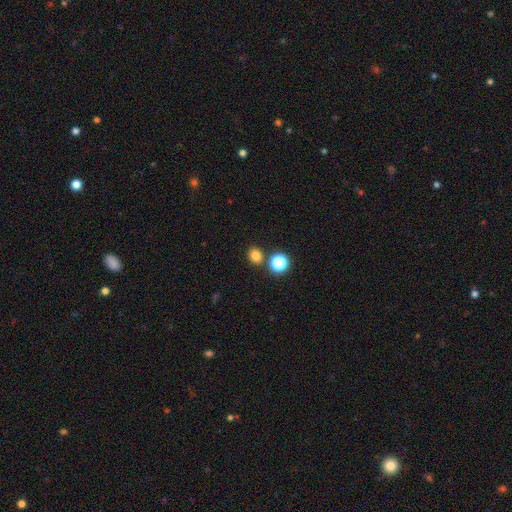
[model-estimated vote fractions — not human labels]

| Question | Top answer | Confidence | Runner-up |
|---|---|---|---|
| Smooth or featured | smooth | 78% | star or artifact (17%) |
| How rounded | round | 71% | in between (28%) |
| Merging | none | 79% | merger (10%) |